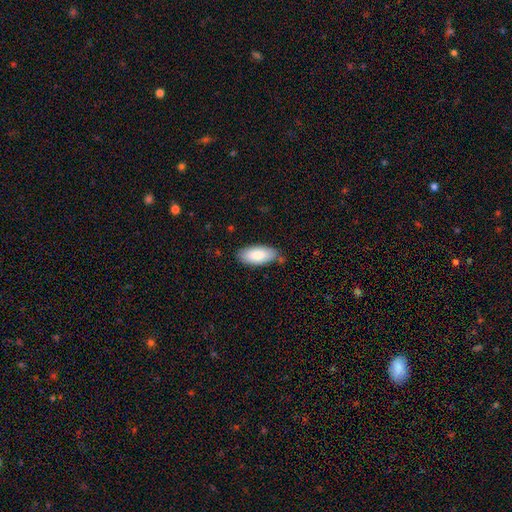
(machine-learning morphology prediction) This appears to be a smooth galaxy with no disk features (83%) that is in between round and cigar-shaped (90%). Merging: none (78%).